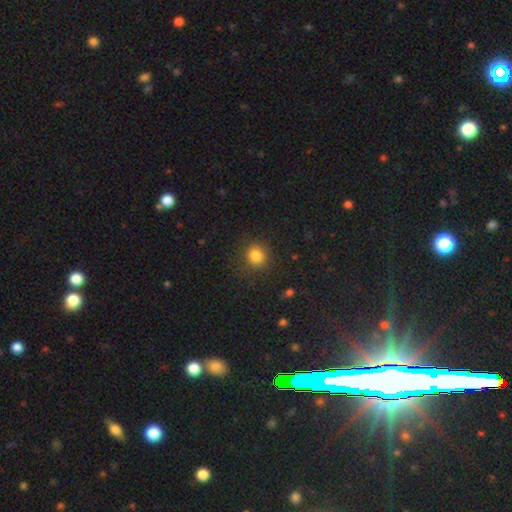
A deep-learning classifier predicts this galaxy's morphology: Q: Smooth or featured?
A: smooth (83%); runner-up: star or artifact (12%)
Q: How rounded?
A: round (86%); runner-up: in between (13%)
Q: Merging?
A: none (86%); runner-up: minor disturbance (9%)